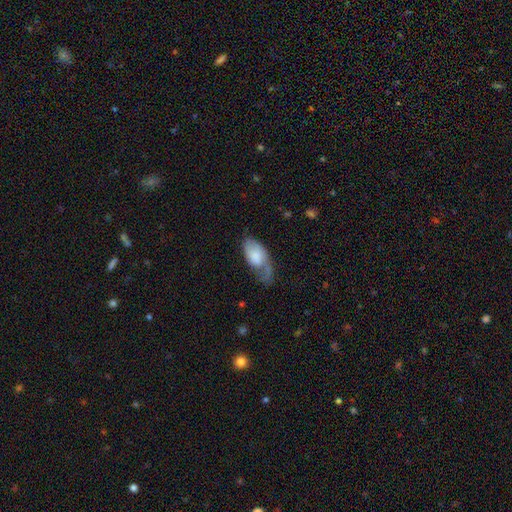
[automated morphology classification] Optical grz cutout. It shows a smooth galaxy with no disk features (59%) that is in between round and cigar-shaped (93%). Merging: major disturbance (37%).